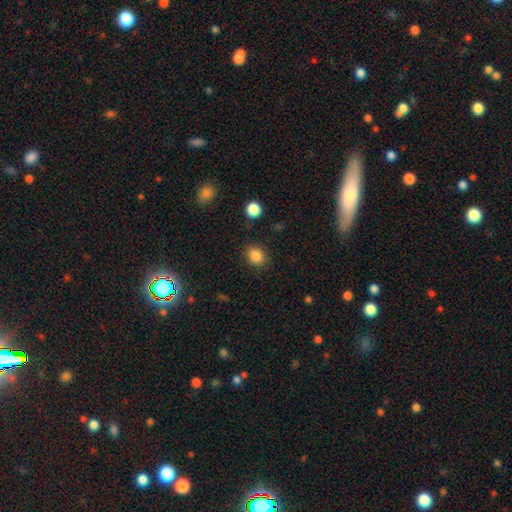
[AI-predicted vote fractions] smooth_or_featured: smooth (p=0.85) [alt: star or artifact p=0.11]
how_rounded: round (p=0.59) [alt: in between p=0.40]
merging: none (p=0.85) [alt: minor disturbance p=0.10]